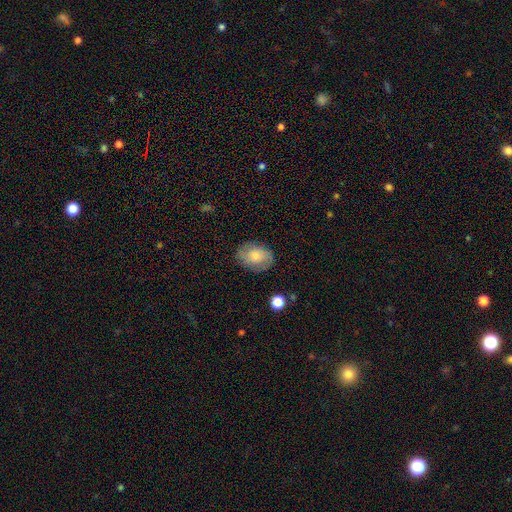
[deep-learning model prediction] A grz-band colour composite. It shows a smooth galaxy with no disk features (68%) that is in between round and cigar-shaped (72%). Merging: none (77%).